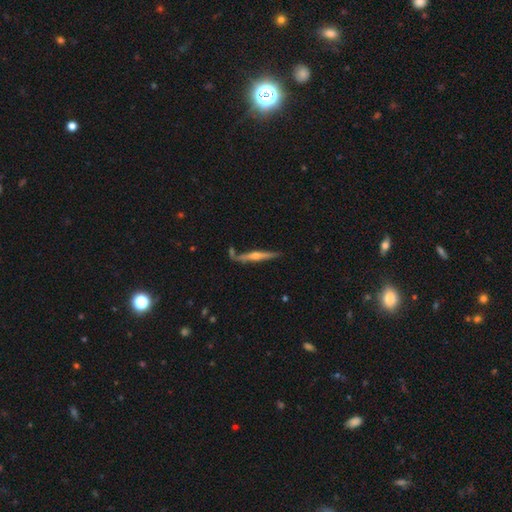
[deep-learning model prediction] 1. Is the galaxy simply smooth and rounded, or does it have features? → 76% featured or disk, 19% smooth, 6% star or artifact.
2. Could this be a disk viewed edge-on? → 97% yes, 3% no.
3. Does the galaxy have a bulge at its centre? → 88% rounded, 7% none, 5% boxy.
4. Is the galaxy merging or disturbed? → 75% none, 14% minor disturbance, 8% merger, 4% major disturbance.